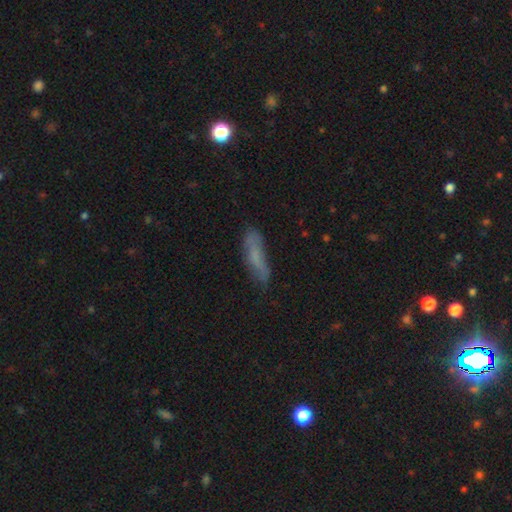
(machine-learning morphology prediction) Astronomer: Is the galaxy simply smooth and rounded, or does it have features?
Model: smooth — 62%.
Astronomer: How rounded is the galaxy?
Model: cigar-shaped — 69%.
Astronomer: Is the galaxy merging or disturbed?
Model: none — 62%.